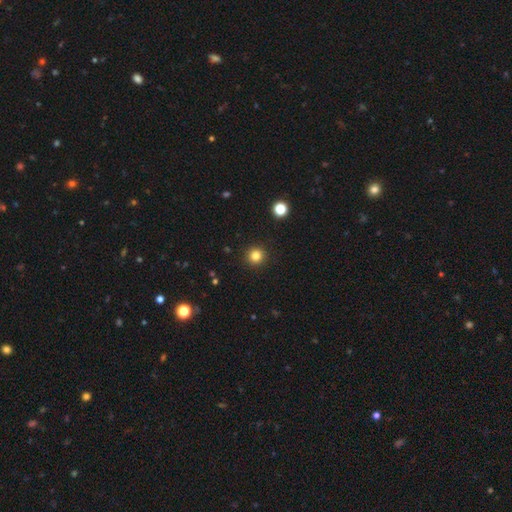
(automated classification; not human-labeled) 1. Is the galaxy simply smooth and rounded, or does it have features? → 82% smooth, 13% star or artifact, 5% featured or disk.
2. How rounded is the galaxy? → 95% round, 4% in between, 1% cigar-shaped.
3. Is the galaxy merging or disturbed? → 92% none, 5% minor disturbance, 2% major disturbance, 1% merger.